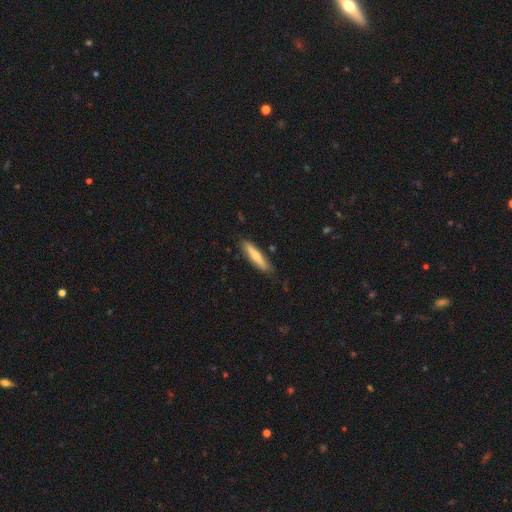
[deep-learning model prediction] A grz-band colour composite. It shows a smooth galaxy with no disk features (53%) that is cigar-shaped (82%). Merging: none (84%).